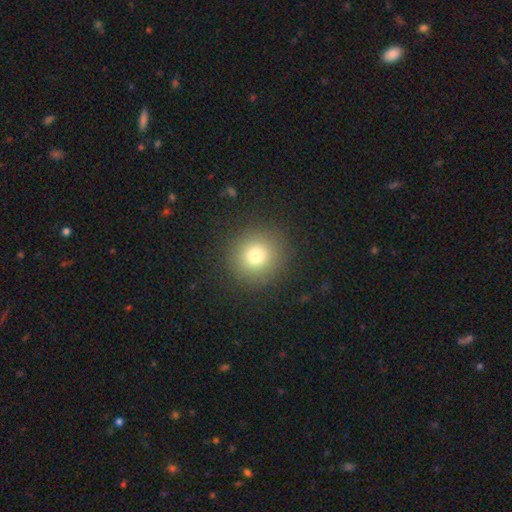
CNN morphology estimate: Q: Smooth or featured?
A: smooth (77%); runner-up: star or artifact (14%)
Q: How rounded?
A: round (94%); runner-up: in between (5%)
Q: Merging?
A: none (90%); runner-up: minor disturbance (6%)